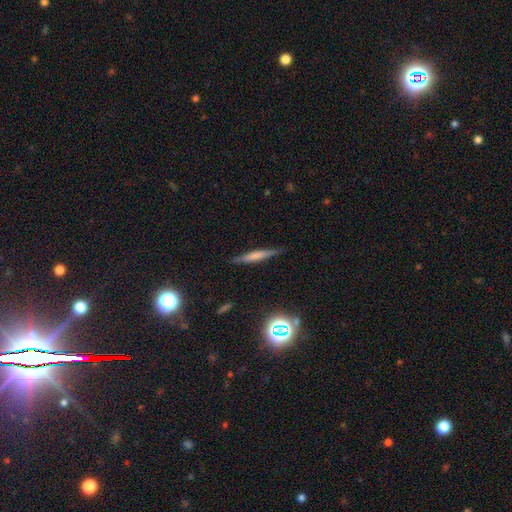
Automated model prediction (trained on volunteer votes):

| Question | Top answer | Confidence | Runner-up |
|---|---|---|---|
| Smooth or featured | smooth | 48% | featured or disk (42%) |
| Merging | none | 86% | minor disturbance (10%) |